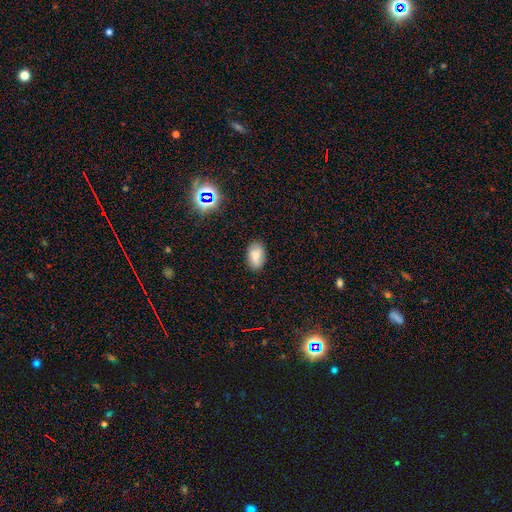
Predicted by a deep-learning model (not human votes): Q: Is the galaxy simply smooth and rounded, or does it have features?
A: smooth — 79%.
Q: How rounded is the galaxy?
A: in between — 90%.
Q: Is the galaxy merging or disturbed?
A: none — 82%.